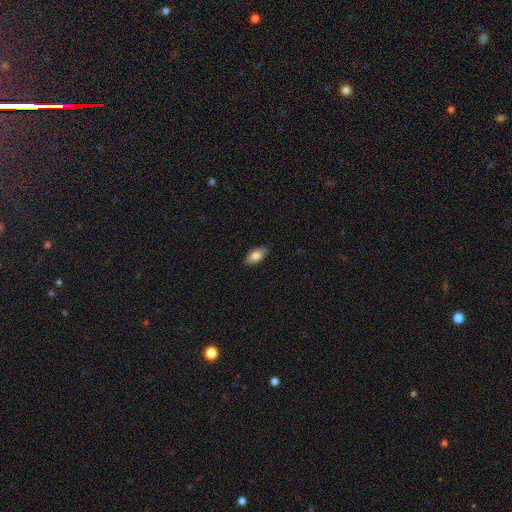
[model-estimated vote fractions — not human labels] Smooth or featured? smooth (81%)
How rounded? in between (91%)
Merging? none (88%)